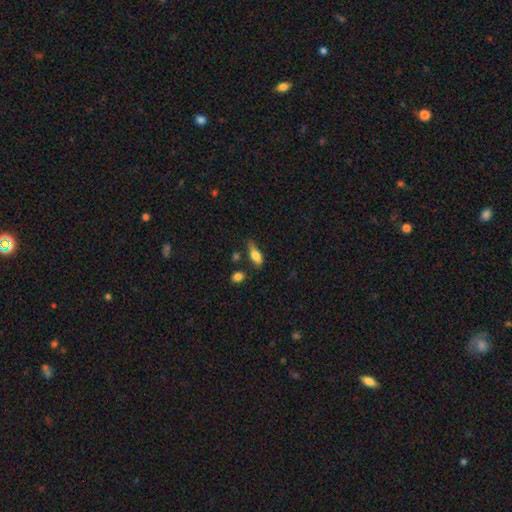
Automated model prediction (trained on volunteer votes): Overall: smooth (75%). How rounded: in between (76%). Merging: none (44%; minor disturbance 36%).